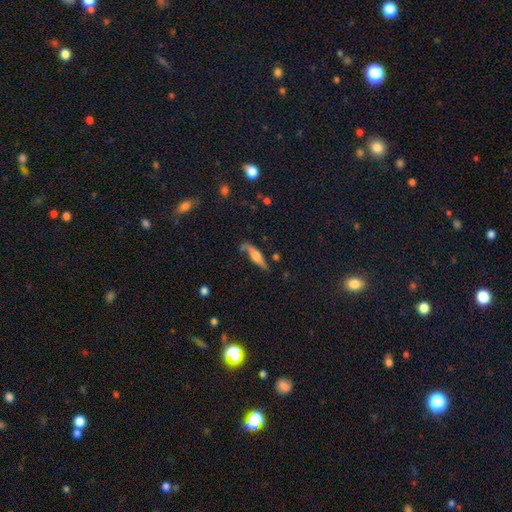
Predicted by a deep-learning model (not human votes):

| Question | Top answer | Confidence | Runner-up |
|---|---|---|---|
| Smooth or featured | featured or disk | 50% | smooth (42%) |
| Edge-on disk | yes | 82% | no (18%) |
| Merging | none | 60% | minor disturbance (25%) |